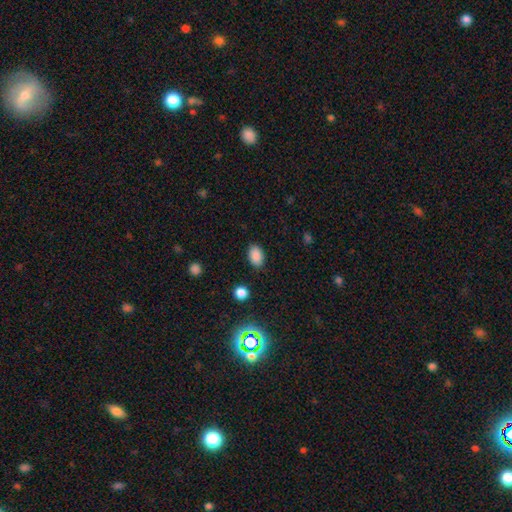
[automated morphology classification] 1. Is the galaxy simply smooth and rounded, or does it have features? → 87% smooth, 9% star or artifact, 4% featured or disk.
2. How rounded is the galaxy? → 87% in between, 12% round, 1% cigar-shaped.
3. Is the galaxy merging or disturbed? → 85% none, 11% minor disturbance, 3% major disturbance, 1% merger.